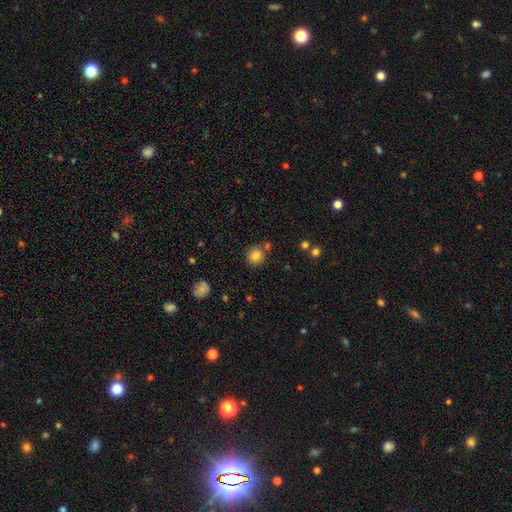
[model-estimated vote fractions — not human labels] Smooth or featured? smooth (81%)
How rounded? round (88%)
Merging? none (76%)